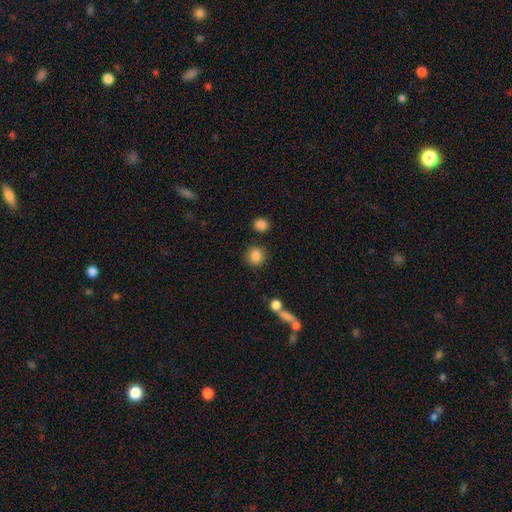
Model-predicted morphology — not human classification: A smooth galaxy with no disk features (86%) that is round (82%). Merging: none (83%).